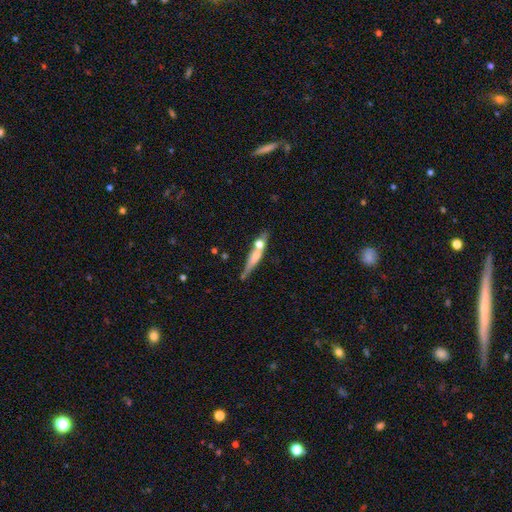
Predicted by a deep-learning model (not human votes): Smooth or featured?
  - smooth: 47% *
  - featured or disk: 46%
  - star or artifact: 7%
Merging?
  - none: 53% *
  - merger: 25%
  - minor disturbance: 16%
  - major disturbance: 6%